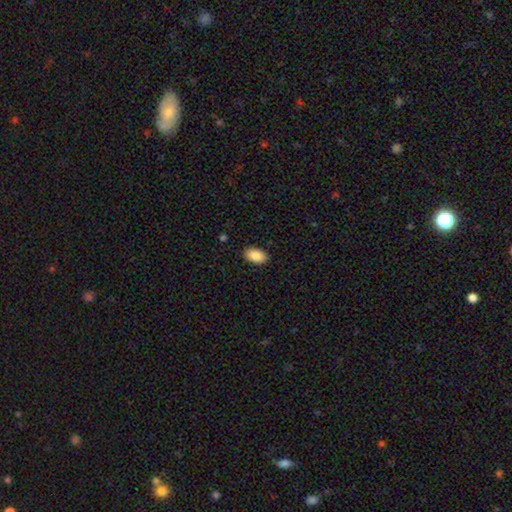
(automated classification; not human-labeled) smooth-or-featured: smooth: 88% | star or artifact: 7% | featured or disk: 5%
  how-rounded: in between: 94% | round: 4% | cigar-shaped: 2%
  merging: none: 89% | minor disturbance: 8% | major disturbance: 2% | merger: 1%